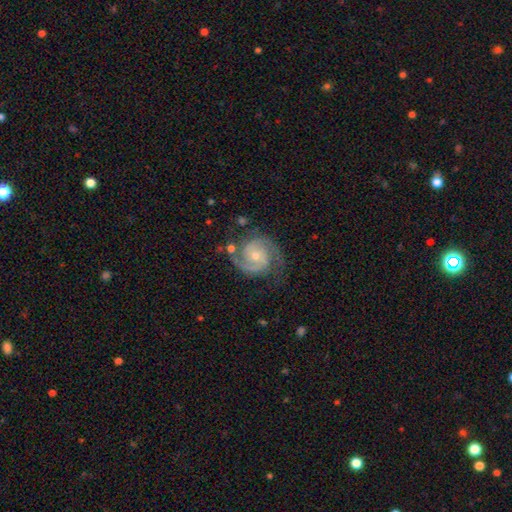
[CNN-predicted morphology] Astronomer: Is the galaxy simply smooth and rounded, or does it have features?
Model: featured or disk — 89%.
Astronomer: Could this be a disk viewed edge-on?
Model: no — 98%.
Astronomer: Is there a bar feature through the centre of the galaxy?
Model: no — 61%.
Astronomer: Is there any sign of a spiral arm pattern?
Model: yes — 98%.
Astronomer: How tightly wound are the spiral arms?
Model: medium — 48% (runner-up: tight, 43%).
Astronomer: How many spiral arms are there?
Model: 2 — 88%.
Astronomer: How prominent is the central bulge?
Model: small — 49% (runner-up: moderate, 44%).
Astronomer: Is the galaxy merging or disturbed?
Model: none — 73%.